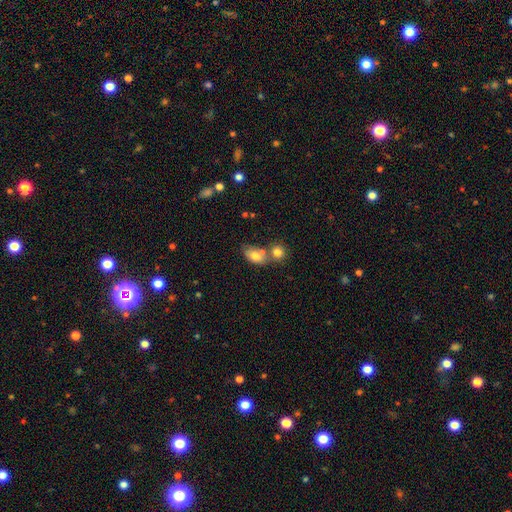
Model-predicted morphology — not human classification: smooth 77%, featured or disk 14%, star or artifact 9%. Down the decision tree: how rounded — in between (83%); merging — merger (44%).